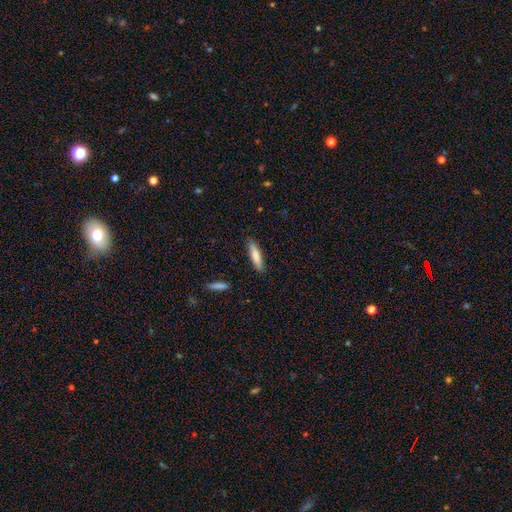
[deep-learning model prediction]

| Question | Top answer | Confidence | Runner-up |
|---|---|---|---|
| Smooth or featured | smooth | 79% | featured or disk (15%) |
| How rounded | cigar-shaped | 75% | in between (24%) |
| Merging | none | 86% | minor disturbance (11%) |